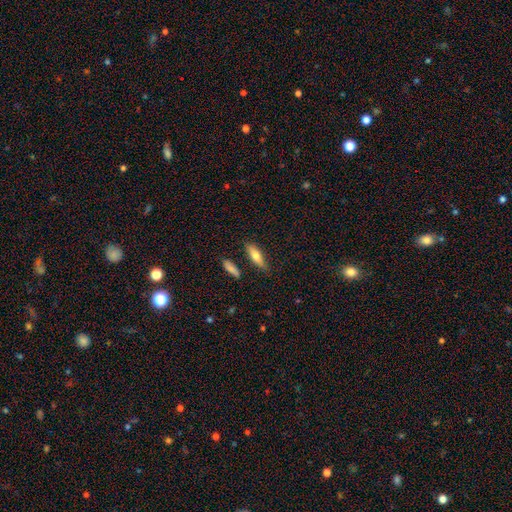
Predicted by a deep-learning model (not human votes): Smooth or featured: smooth — 69% (featured or disk — 24%)
How rounded: cigar-shaped — 50% (in between — 47%)
Merging: none — 80% (minor disturbance — 13%)